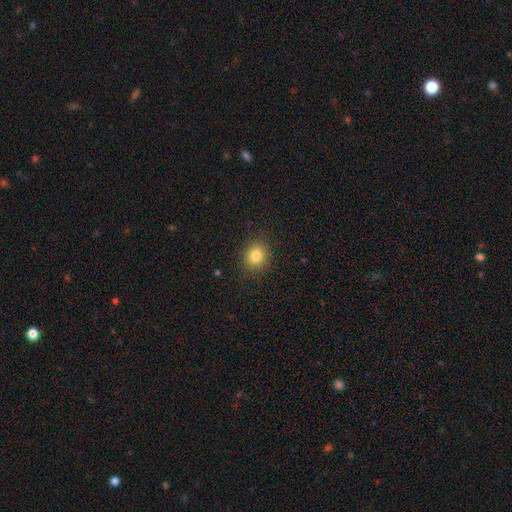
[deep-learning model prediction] Smooth or featured?
  - smooth: 82% *
  - star or artifact: 12%
  - featured or disk: 7%
How rounded?
  - round: 77% *
  - in between: 22%
  - cigar-shaped: 1%
Merging?
  - none: 88% *
  - minor disturbance: 9%
  - major disturbance: 3%
  - merger: 1%